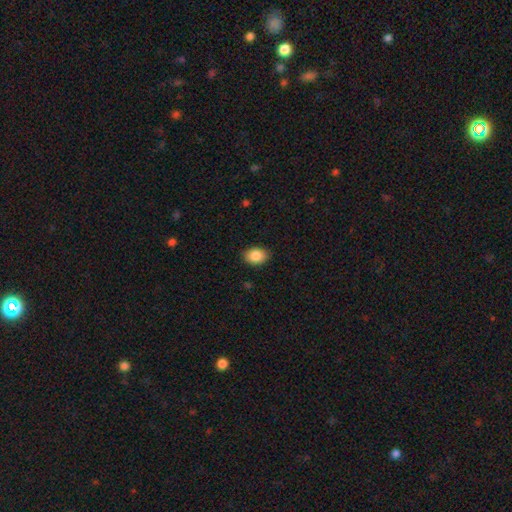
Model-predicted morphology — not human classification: smooth_or_featured: smooth (p=0.87) [alt: star or artifact p=0.08]
how_rounded: in between (p=0.73) [alt: round p=0.26]
merging: none (p=0.87) [alt: minor disturbance p=0.10]